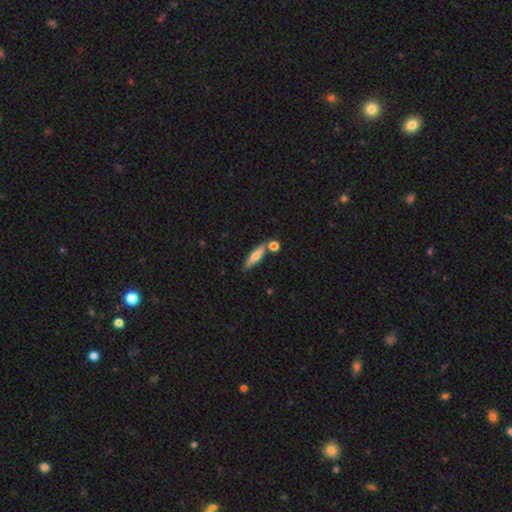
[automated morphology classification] smooth_or_featured: smooth (p=0.64) [alt: featured or disk p=0.29]
how_rounded: cigar-shaped (p=0.79) [alt: in between p=0.18]
merging: none (p=0.71) [alt: merger p=0.14]